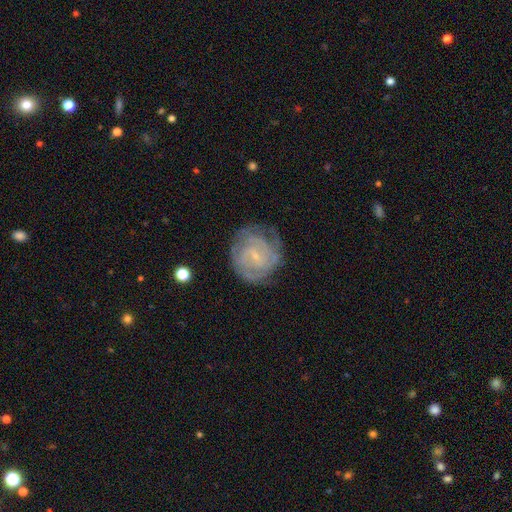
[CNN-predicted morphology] smooth_or_featured: featured or disk (p=0.80) [alt: smooth p=0.14]
disk_edge_on: no (p=0.98) [alt: yes p=0.02]
bar: no (p=0.54) [alt: weak p=0.39]
has_spiral_arms: yes (p=0.92) [alt: no p=0.08]
spiral_winding: tight (p=0.69) [alt: medium p=0.26]
spiral_arm_count: can't tell (p=0.38) [alt: 2 p=0.23]
bulge_size: small (p=0.83) [alt: moderate p=0.10]
merging: none (p=0.71) [alt: minor disturbance p=0.19]